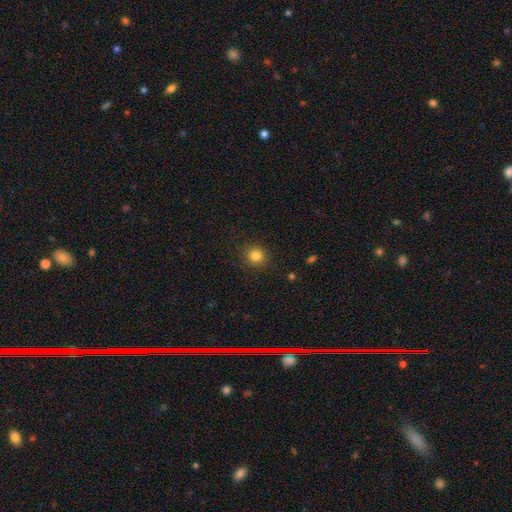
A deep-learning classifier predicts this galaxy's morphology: A smooth galaxy with no disk features (83%) that is round (89%). Merging: none (90%).